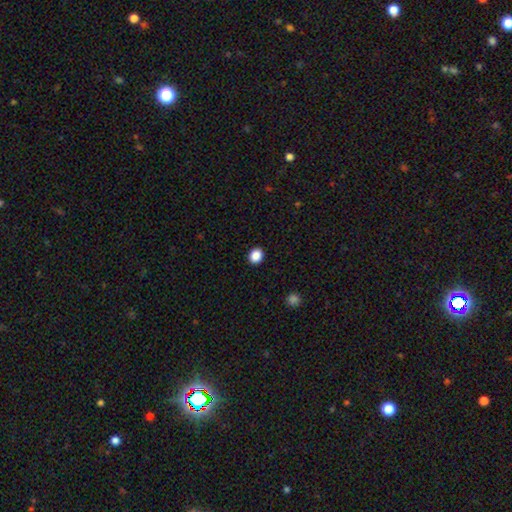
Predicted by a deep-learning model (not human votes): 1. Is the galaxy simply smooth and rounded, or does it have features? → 88% smooth, 10% star or artifact, 2% featured or disk.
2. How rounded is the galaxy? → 67% round, 32% in between, 1% cigar-shaped.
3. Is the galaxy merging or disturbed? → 92% none, 5% minor disturbance, 2% major disturbance, 1% merger.